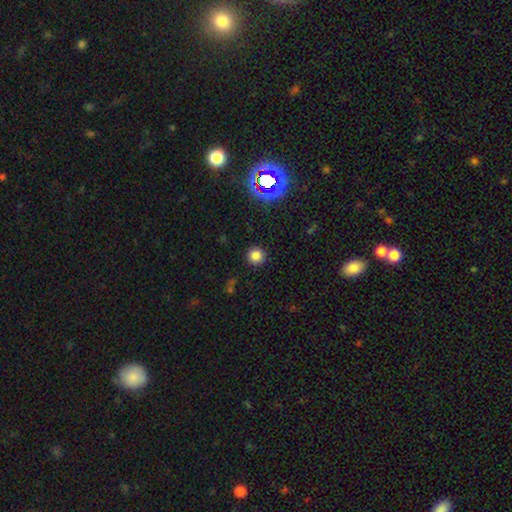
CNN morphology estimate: smooth 80%, star or artifact 16%, featured or disk 4%. Down the decision tree: how rounded — round (95%); merging — none (91%).